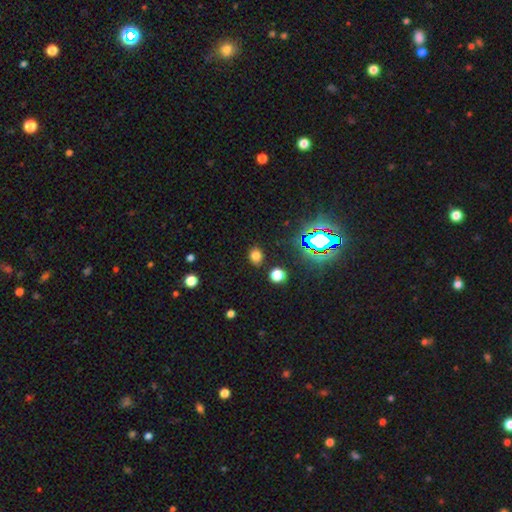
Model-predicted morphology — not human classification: Smooth or featured? Predicted: smooth (p=0.72). How rounded? Predicted: round (p=0.61). Merging? Predicted: none (p=0.86).